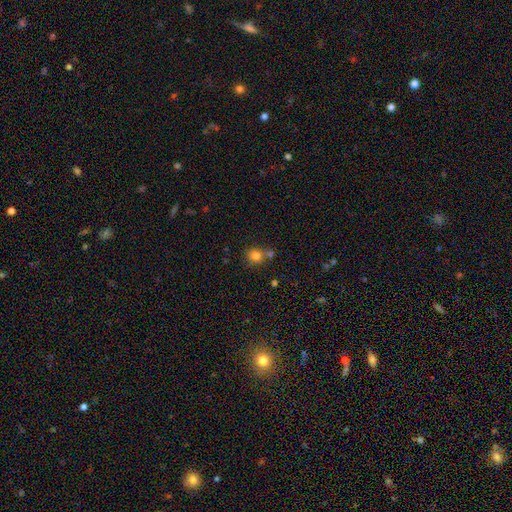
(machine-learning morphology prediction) This appears to be a smooth galaxy with no disk features (80%) that is round (84%). Merging: none (61%).